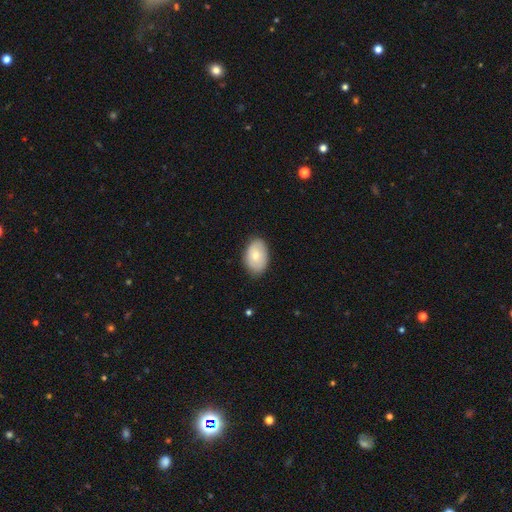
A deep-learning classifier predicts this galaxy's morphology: Overall: smooth (72%). How rounded: in between (89%). Merging: none (83%).